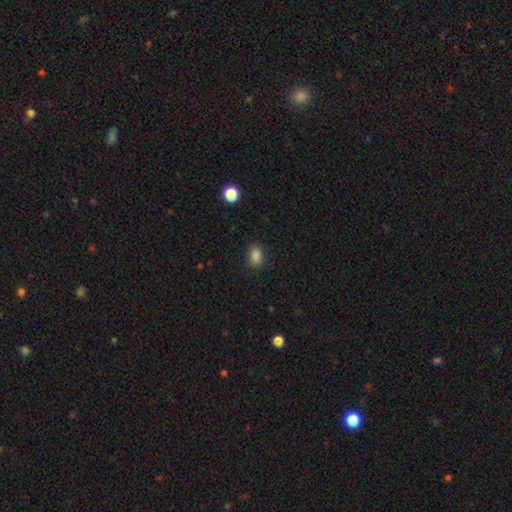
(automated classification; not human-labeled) The model was most divided on "how rounded": in between: 74%, round: 24%, cigar-shaped: 1%. More confident: merging — none (87%); smooth or featured — smooth (86%).